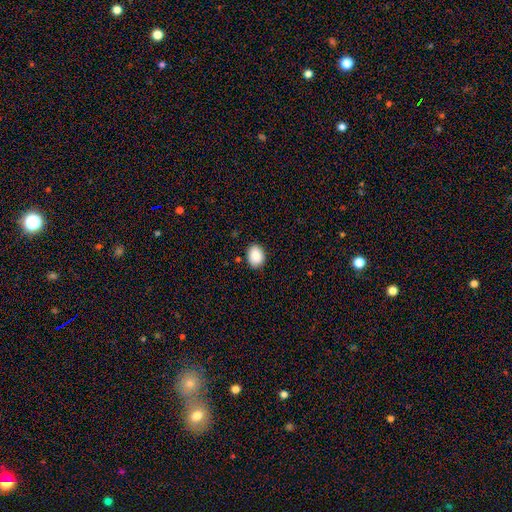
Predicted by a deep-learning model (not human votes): Q: Smooth or featured?
A: smooth (89%); runner-up: star or artifact (7%)
Q: How rounded?
A: in between (68%); runner-up: round (31%)
Q: Merging?
A: none (84%); runner-up: minor disturbance (12%)